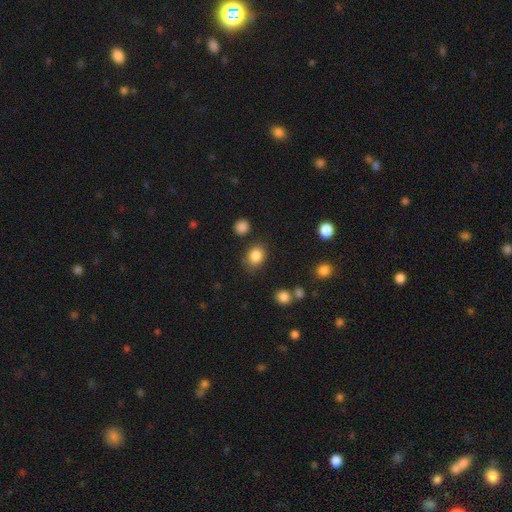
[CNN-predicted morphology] Smooth or featured? smooth (85%)
How rounded? round (51%)
Merging? none (76%)